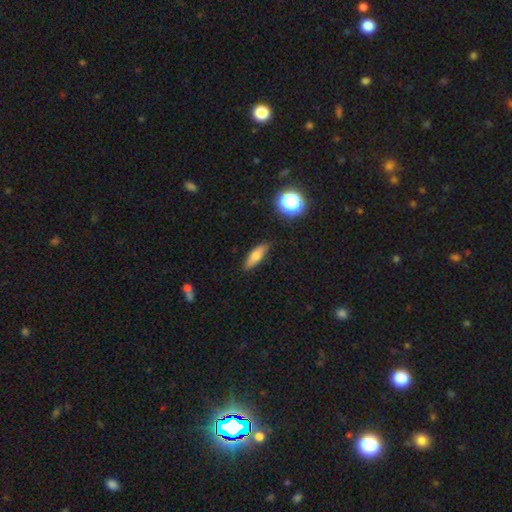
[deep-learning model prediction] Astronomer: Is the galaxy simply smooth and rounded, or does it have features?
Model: smooth — 67%.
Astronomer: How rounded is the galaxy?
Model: cigar-shaped — 48%, tied with in between at 48%.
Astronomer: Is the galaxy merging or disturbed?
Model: none — 85%.